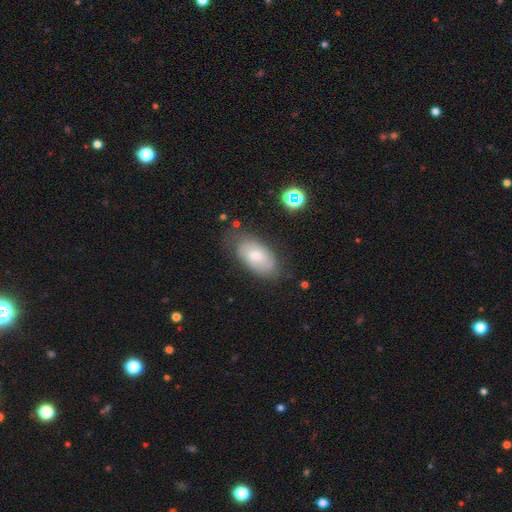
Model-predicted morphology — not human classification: The model was most divided on "smooth or featured": smooth: 53%, featured or disk: 38%, star or artifact: 9%. More confident: how rounded — in between (93%); merging — none (70%).